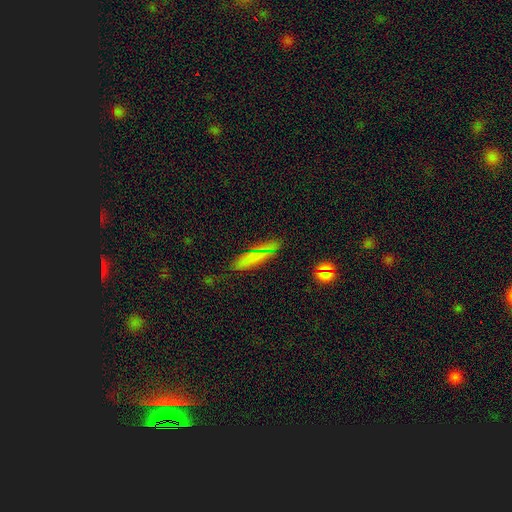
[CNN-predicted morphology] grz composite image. It shows a smooth galaxy with no disk features (68%) that is cigar-shaped (63%). Merging: none (81%).